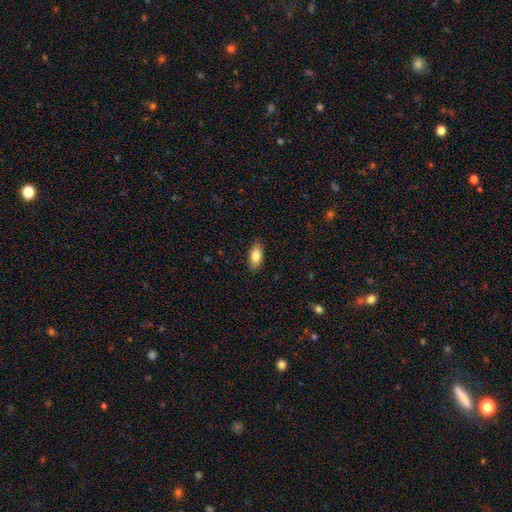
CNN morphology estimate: smooth 85%, featured or disk 9%, star or artifact 7%. Down the decision tree: how rounded — in between (89%); merging — none (88%).